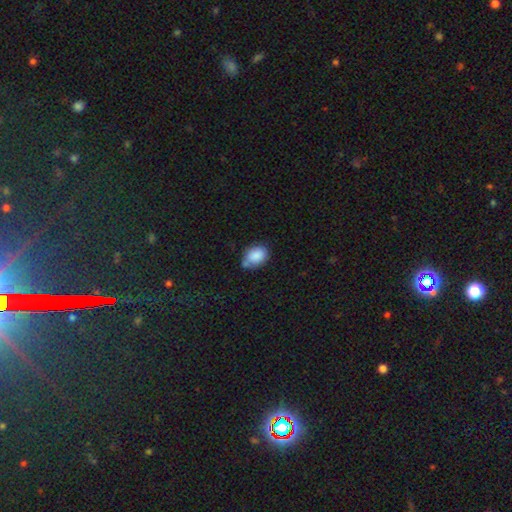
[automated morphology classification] A smooth galaxy with no disk features (86%) that is in between round and cigar-shaped (73%). Merging: none (51%).